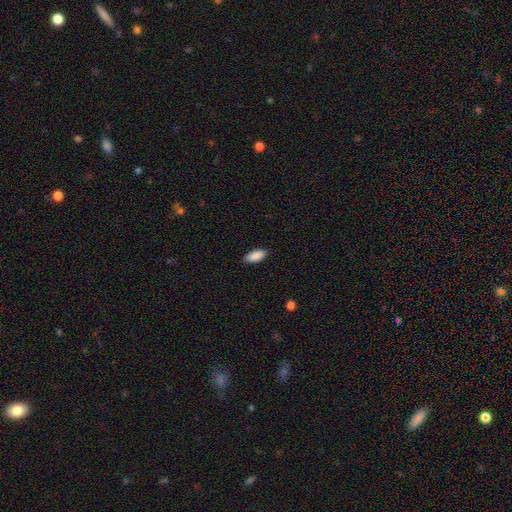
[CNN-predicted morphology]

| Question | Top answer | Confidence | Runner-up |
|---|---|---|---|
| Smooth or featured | smooth | 90% | star or artifact (6%) |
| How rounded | in between | 86% | cigar-shaped (12%) |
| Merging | none | 89% | minor disturbance (8%) |